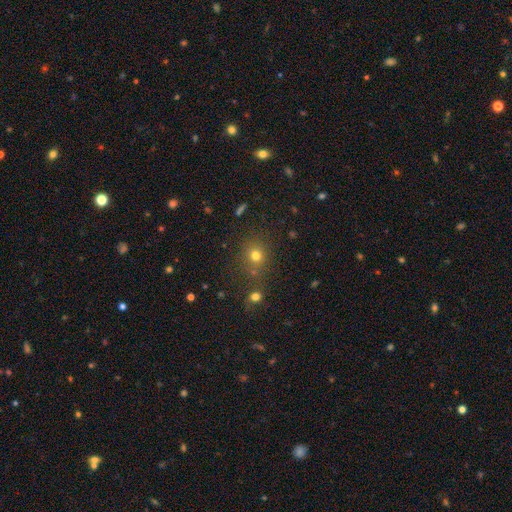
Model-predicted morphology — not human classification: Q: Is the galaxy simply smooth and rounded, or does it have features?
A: smooth — 73%.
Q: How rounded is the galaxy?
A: round — 84%.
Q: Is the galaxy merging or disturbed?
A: none — 72%.